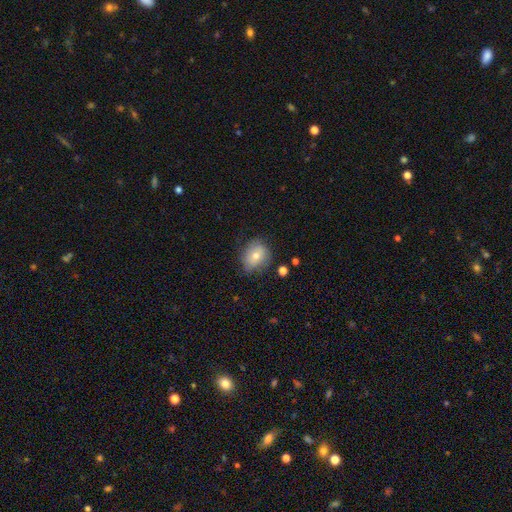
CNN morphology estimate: Smooth or featured: smooth — 71% (featured or disk — 20%)
How rounded: round — 60% (in between — 39%)
Merging: none — 69% (minor disturbance — 23%)